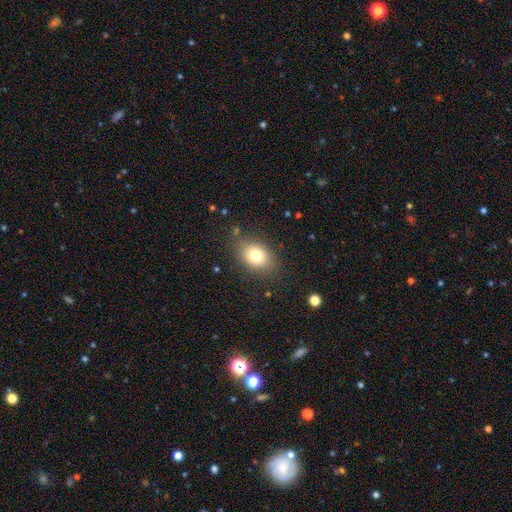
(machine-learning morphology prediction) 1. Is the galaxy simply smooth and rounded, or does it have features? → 78% smooth, 12% featured or disk, 11% star or artifact.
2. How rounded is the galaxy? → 71% in between, 27% round, 1% cigar-shaped.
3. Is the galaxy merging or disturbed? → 81% none, 13% minor disturbance, 4% major disturbance, 2% merger.